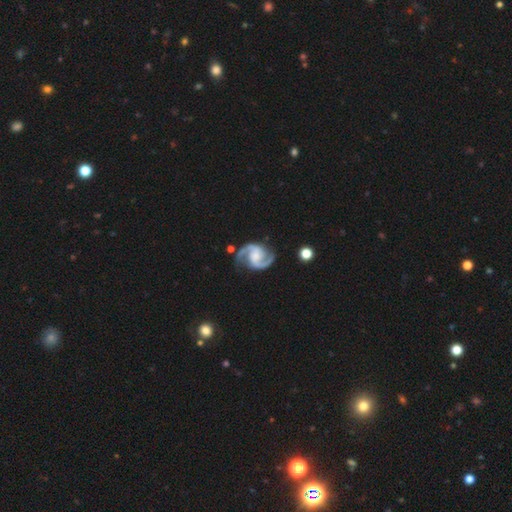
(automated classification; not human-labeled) Q: Smooth or featured?
A: featured or disk (93%); runner-up: star or artifact (4%)
Q: Edge-on disk?
A: no (98%); runner-up: yes (2%)
Q: Bar?
A: no (44%); runner-up: weak (38%)
Q: Spiral arms?
A: yes (99%); runner-up: no (1%)
Q: Spiral winding?
A: medium (62%); runner-up: tight (20%)
Q: Spiral arm count?
A: 2 (94%); runner-up: 3 (1%)
Q: Bulge size?
A: none (36%); runner-up: small (27%)
Q: Merging?
A: none (79%); runner-up: minor disturbance (14%)